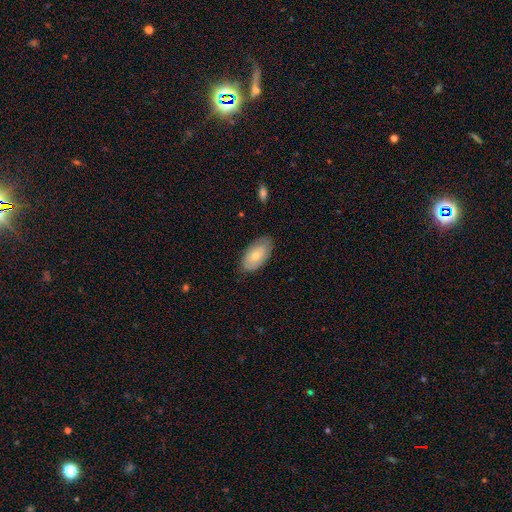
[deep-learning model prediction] Q: Smooth or featured?
A: smooth (69%); runner-up: featured or disk (25%)
Q: How rounded?
A: in between (95%); runner-up: round (3%)
Q: Merging?
A: none (77%); runner-up: minor disturbance (18%)